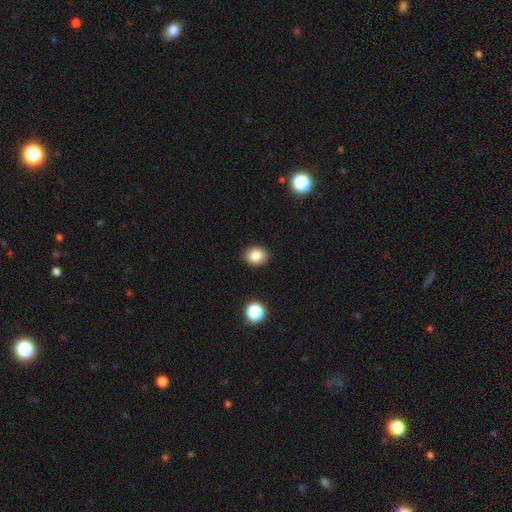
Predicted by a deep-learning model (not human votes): Morphology: type=smooth (84%); roundness=round (57%); merging=none (90%).